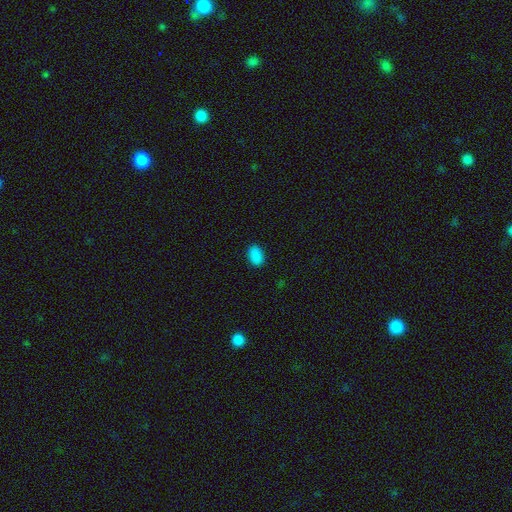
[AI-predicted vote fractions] This appears to be a smooth galaxy with no disk features (88%) that is in between round and cigar-shaped (90%). Merging: none (89%).